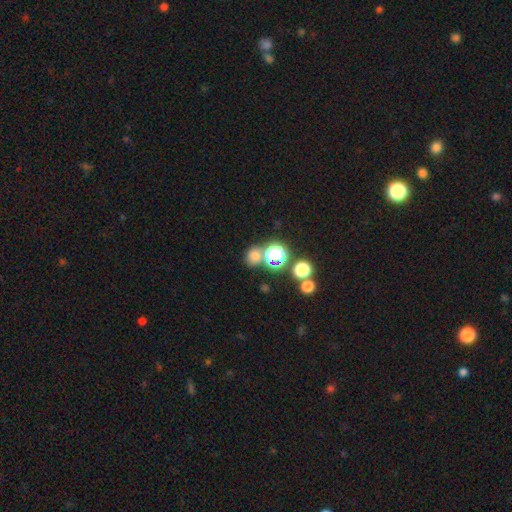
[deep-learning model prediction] smooth-or-featured: smooth: 67% | star or artifact: 26% | featured or disk: 7%
  how-rounded: round: 76% | in between: 23% | cigar-shaped: 1%
  merging: none: 65% | merger: 22% | minor disturbance: 9% | major disturbance: 4%